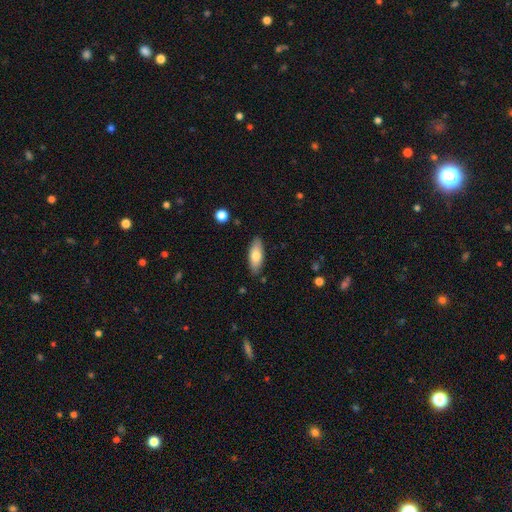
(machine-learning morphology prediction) This appears to be a smooth galaxy with no disk features (74%) that is in between round and cigar-shaped (75%). Merging: none (86%).